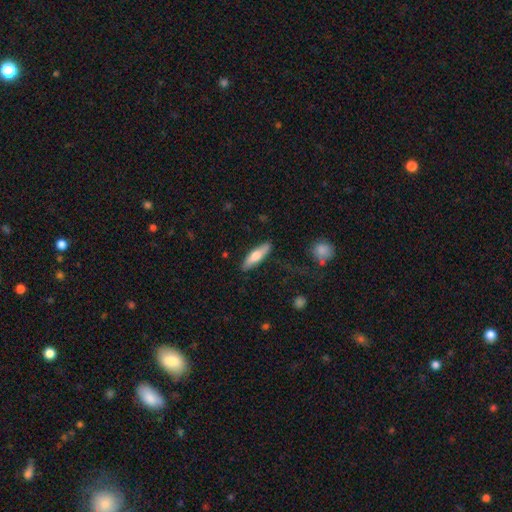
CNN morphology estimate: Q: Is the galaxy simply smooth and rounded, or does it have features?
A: smooth — 64%.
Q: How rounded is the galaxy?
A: cigar-shaped — 68%.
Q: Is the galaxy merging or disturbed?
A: none — 86%.